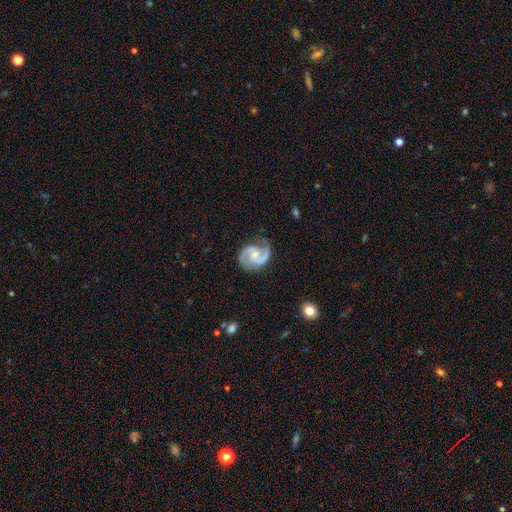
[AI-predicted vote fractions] Smooth or featured?
  - featured or disk: 92% *
  - smooth: 4%
  - star or artifact: 4%
Edge-on disk?
  - no: 98% *
  - yes: 2%
Bar?
  - no: 46% *
  - weak: 43%
  - strong: 10%
Spiral arms?
  - yes: 98% *
  - no: 2%
Spiral winding?
  - medium: 62% *
  - tight: 21%
  - loose: 17%
Spiral arm count?
  - 2: 93% *
  - 1: 2%
  - can't tell: 2%
  - 3: 1%
  - 4: 1%
  - more than 4: 1%
Bulge size?
  - small: 41% *
  - none: 28%
  - moderate: 28%
  - large: 3%
  - dominant: 1%
Merging?
  - none: 77% *
  - minor disturbance: 16%
  - major disturbance: 5%
  - merger: 2%